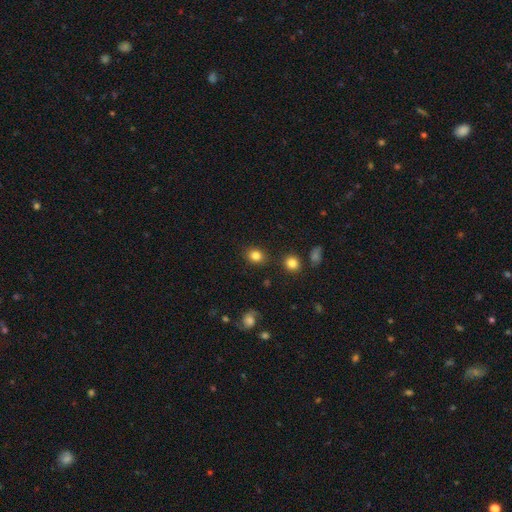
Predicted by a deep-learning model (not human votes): Overall: smooth (84%). How rounded: round (62%; in between 37%). Merging: none (86%).